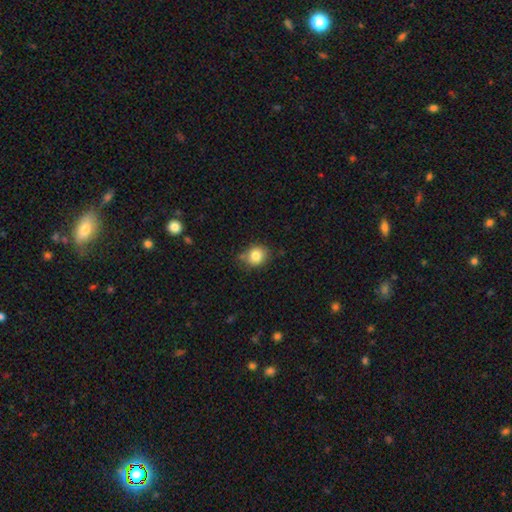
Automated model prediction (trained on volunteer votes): This appears to be a smooth galaxy with no disk features (83%) that is round (72%). Merging: none (71%).